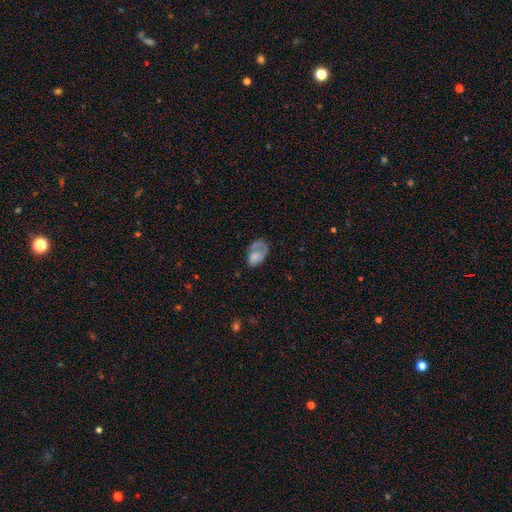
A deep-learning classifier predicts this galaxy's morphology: The model was most divided on "merging": none: 37%, major disturbance: 30%, minor disturbance: 28%, merger: 6%. More confident: how rounded — in between (88%); smooth or featured — smooth (65%).